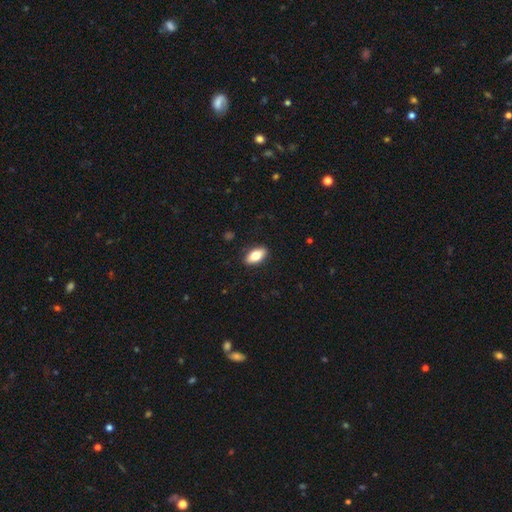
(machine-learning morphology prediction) smooth_or_featured: smooth (p=0.79) [alt: featured or disk p=0.14]
how_rounded: in between (p=0.90) [alt: cigar-shaped p=0.06]
merging: none (p=0.89) [alt: minor disturbance p=0.08]